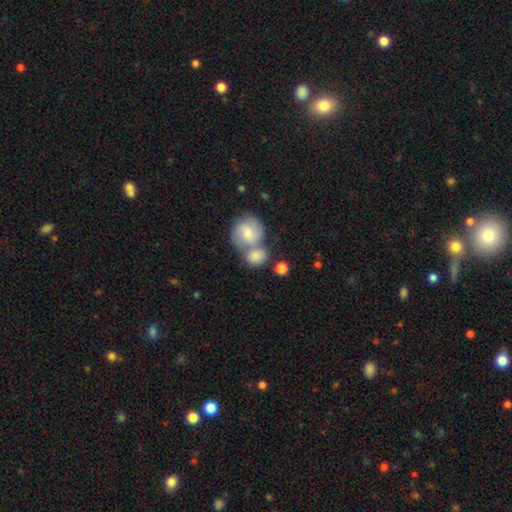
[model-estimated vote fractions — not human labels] This appears to be a smooth galaxy with no disk features (64%) that is round (66%). Merging: merger (56%).